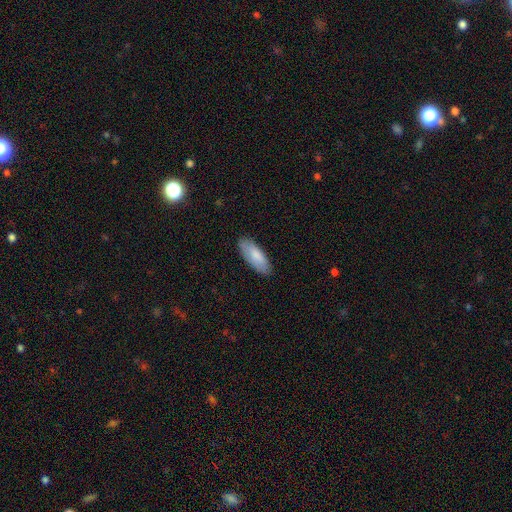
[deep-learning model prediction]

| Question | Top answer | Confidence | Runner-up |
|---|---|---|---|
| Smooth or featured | smooth | 81% | featured or disk (13%) |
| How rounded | in between | 74% | cigar-shaped (25%) |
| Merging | none | 85% | minor disturbance (12%) |